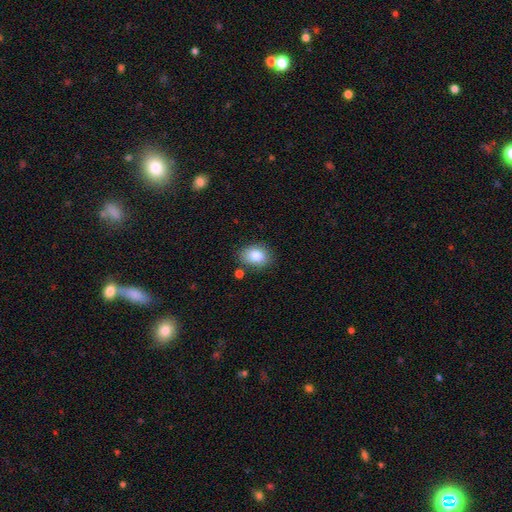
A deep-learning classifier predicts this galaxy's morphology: smooth-or-featured: smooth: 85% | star or artifact: 8% | featured or disk: 7%
  how-rounded: in between: 74% | round: 25% | cigar-shaped: 1%
  merging: none: 76% | minor disturbance: 16% | merger: 5% | major disturbance: 4%